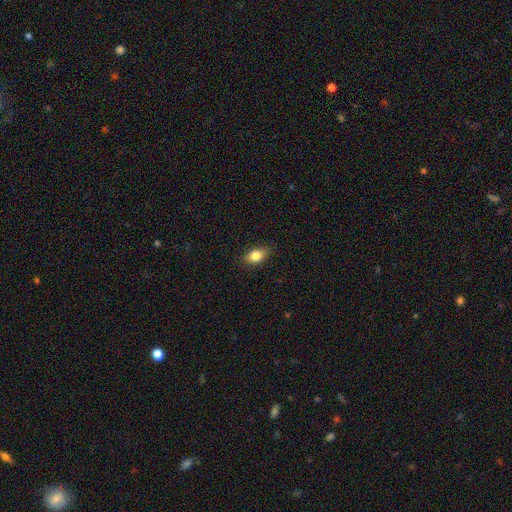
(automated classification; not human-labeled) smooth 83%, featured or disk 8%, star or artifact 8%. Down the decision tree: how rounded — in between (84%); merging — none (85%).